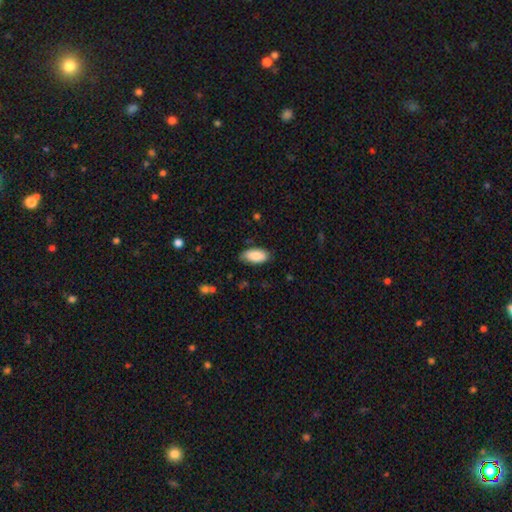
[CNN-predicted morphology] Overall: smooth (86%). How rounded: in between (93%). Merging: none (80%).